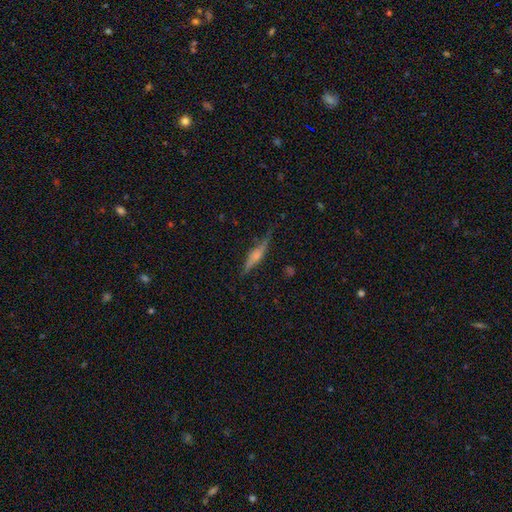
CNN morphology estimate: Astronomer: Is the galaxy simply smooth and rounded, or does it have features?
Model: featured or disk — 61%.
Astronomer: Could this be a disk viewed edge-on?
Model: yes — 95%.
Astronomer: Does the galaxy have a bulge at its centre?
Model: rounded — 67%.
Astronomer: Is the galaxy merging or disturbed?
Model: none — 76%.